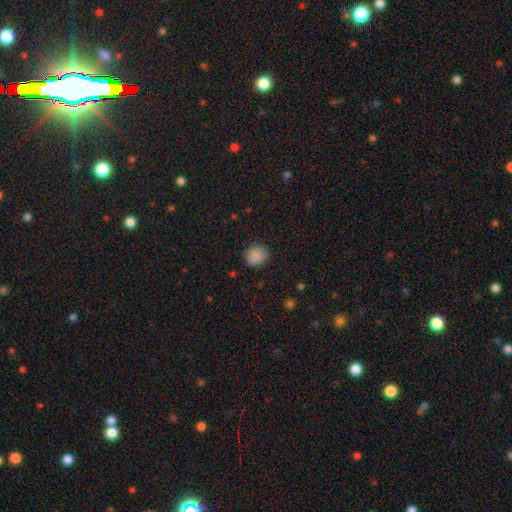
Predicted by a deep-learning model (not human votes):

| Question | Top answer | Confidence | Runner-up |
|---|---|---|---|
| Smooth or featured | smooth | 85% | star or artifact (10%) |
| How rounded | round | 73% | in between (26%) |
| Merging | none | 78% | minor disturbance (17%) |